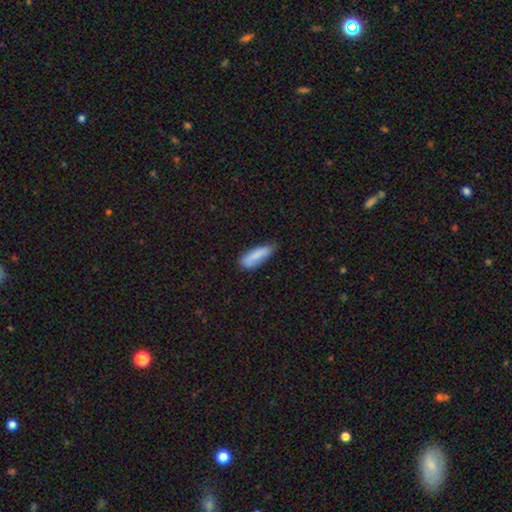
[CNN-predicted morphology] A smooth galaxy with no disk features (84%) that is in between round and cigar-shaped (50%).

Vote fractions:
- Smooth or featured? smooth: 84% / featured or disk: 9% / star or artifact: 7%
- How rounded? in between: 50% / cigar-shaped: 49% / round: 2%
- Merging? none: 60% / minor disturbance: 32% / major disturbance: 6% / merger: 2%